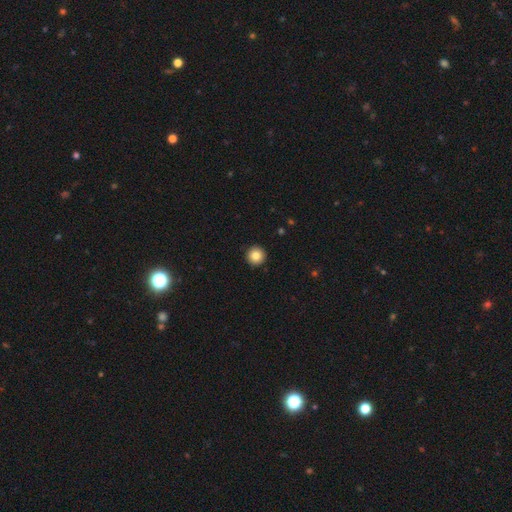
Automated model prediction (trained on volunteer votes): smooth 84%, star or artifact 10%, featured or disk 7%. Down the decision tree: how rounded — round (97%); merging — none (94%).